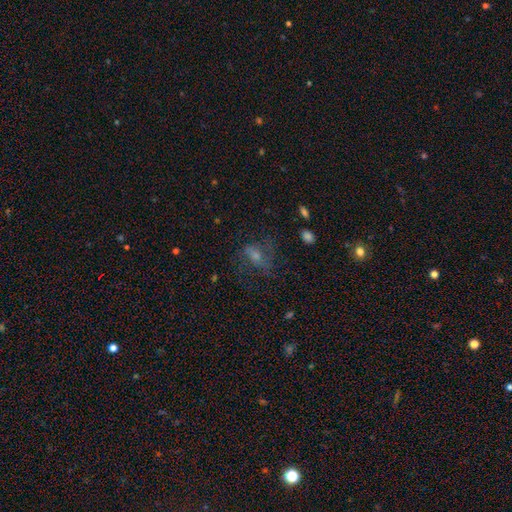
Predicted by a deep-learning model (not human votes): Smooth or featured? Predicted: smooth (p=0.42). Merging? Predicted: none (p=0.48).